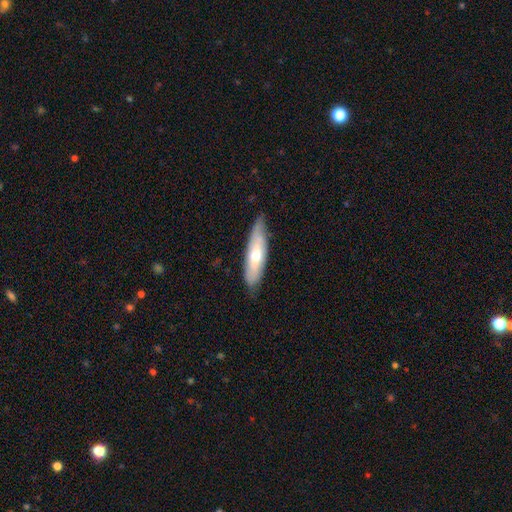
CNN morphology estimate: Smooth or featured? Predicted: smooth (p=0.55). How rounded? Predicted: cigar-shaped (p=0.58). Merging? Predicted: none (p=0.74).